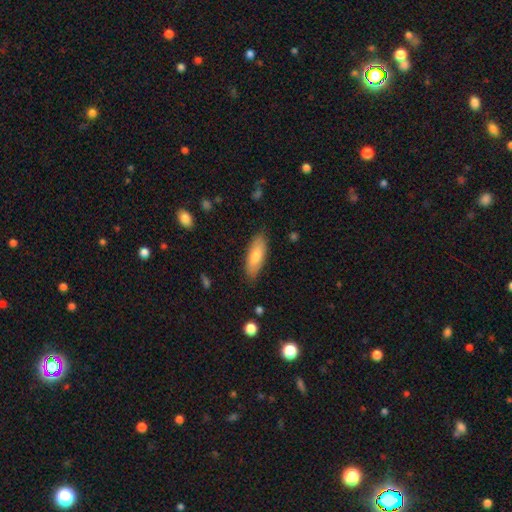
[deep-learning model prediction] smooth_or_featured: smooth (p=0.77) [alt: featured or disk p=0.17]
how_rounded: in between (p=0.62) [alt: cigar-shaped p=0.36]
merging: none (p=0.85) [alt: minor disturbance p=0.11]